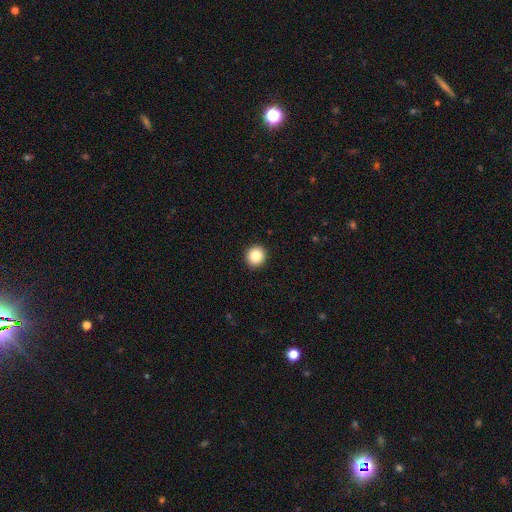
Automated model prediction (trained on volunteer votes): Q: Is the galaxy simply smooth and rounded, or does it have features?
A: smooth — 85%.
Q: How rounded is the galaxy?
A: round — 91%.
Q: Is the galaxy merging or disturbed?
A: none — 93%.